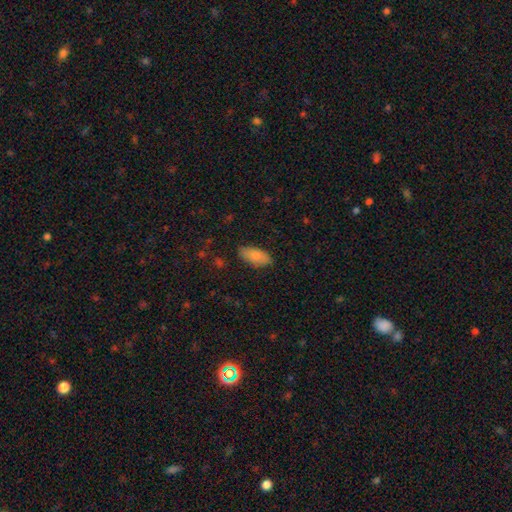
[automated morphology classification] Smooth or featured: smooth — 83% (featured or disk — 11%)
How rounded: in between — 90% (cigar-shaped — 8%)
Merging: none — 83% (minor disturbance — 13%)